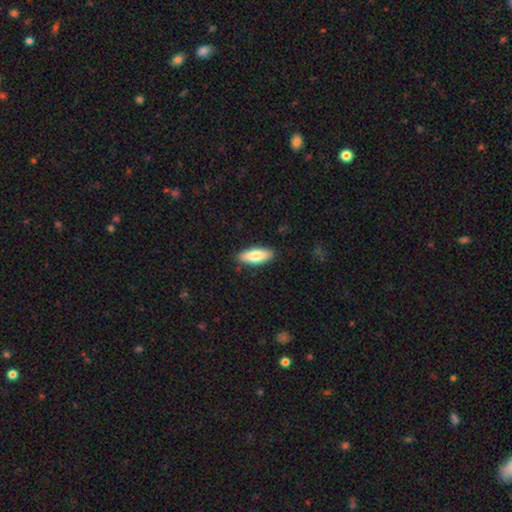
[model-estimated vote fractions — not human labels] The model was most divided on "how rounded": in between: 72%, cigar-shaped: 26%, round: 2%. More confident: merging — none (88%); smooth or featured — smooth (80%).